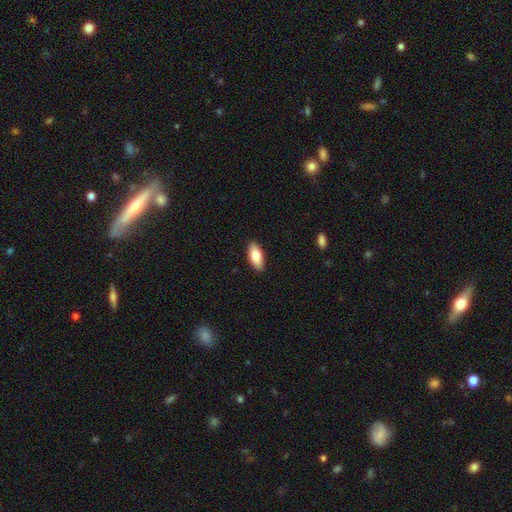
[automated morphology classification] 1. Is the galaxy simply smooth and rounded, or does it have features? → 80% smooth, 14% featured or disk, 6% star or artifact.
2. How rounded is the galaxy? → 83% in between, 15% cigar-shaped, 2% round.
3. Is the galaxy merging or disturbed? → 89% none, 8% minor disturbance, 2% major disturbance, 1% merger.